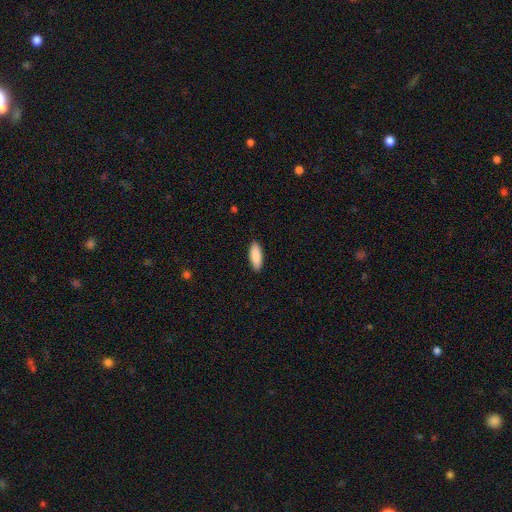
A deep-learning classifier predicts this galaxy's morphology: Smooth or featured?
  - smooth: 89% *
  - featured or disk: 5%
  - star or artifact: 5%
How rounded?
  - in between: 72% *
  - cigar-shaped: 26%
  - round: 2%
Merging?
  - none: 90% *
  - minor disturbance: 8%
  - major disturbance: 2%
  - merger: 1%